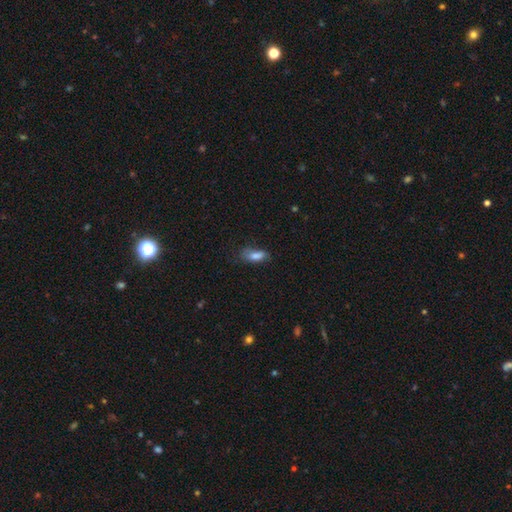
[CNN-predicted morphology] A smooth galaxy with no disk features (77%) that is in between round and cigar-shaped (75%).

Vote fractions:
- Smooth or featured? smooth: 77% / featured or disk: 14% / star or artifact: 9%
- How rounded? in between: 75% / cigar-shaped: 22% / round: 3%
- Merging? none: 53% / minor disturbance: 30% / major disturbance: 14% / merger: 3%